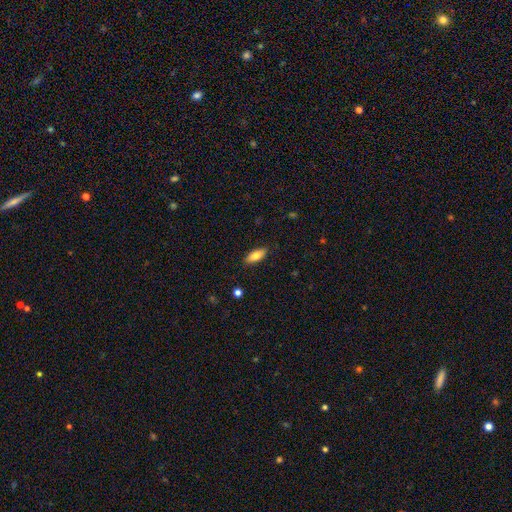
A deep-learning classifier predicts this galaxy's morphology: smooth 76%, featured or disk 17%, star or artifact 7%. Down the decision tree: how rounded — in between (79%); merging — none (87%).